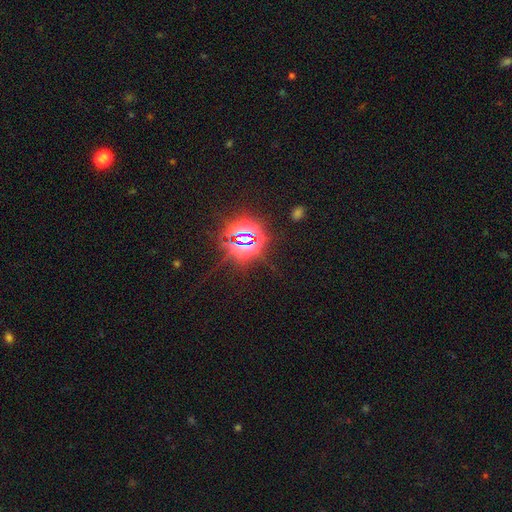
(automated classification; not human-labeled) Smooth or featured: star or artifact — 80% (smooth — 14%)